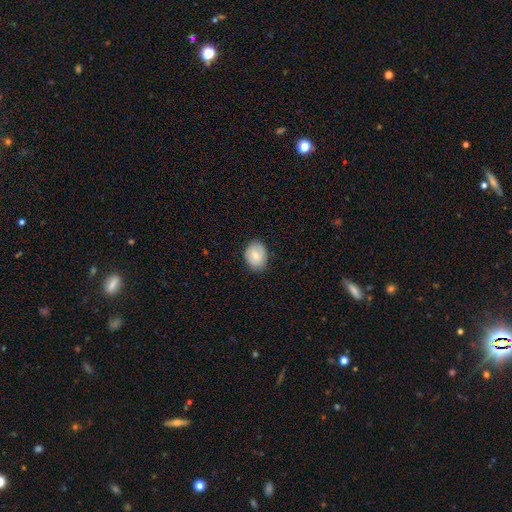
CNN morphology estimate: Q: Smooth or featured?
A: smooth (77%); runner-up: featured or disk (16%)
Q: How rounded?
A: in between (56%); runner-up: round (43%)
Q: Merging?
A: none (82%); runner-up: minor disturbance (15%)